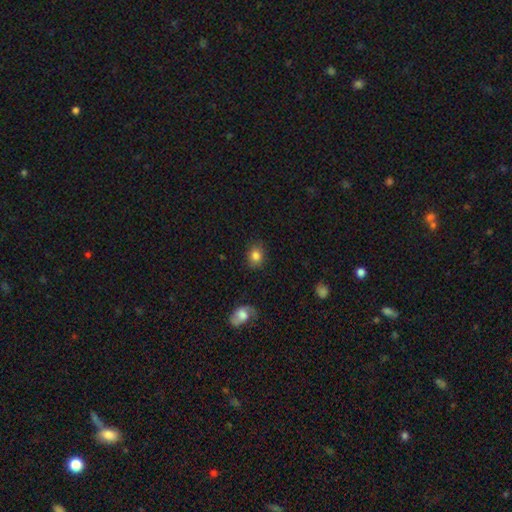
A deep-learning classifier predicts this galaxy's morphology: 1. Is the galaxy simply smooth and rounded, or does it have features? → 83% smooth, 10% star or artifact, 7% featured or disk.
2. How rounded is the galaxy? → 58% round, 41% in between, 1% cigar-shaped.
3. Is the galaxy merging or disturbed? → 83% none, 12% minor disturbance, 3% major disturbance, 2% merger.